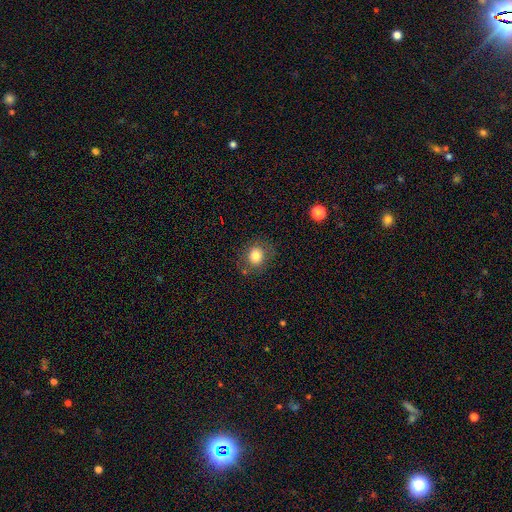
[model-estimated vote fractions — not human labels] This is clearly a smooth galaxy (80%). How rounded: likely round (72%). Merging: likely none (78%).